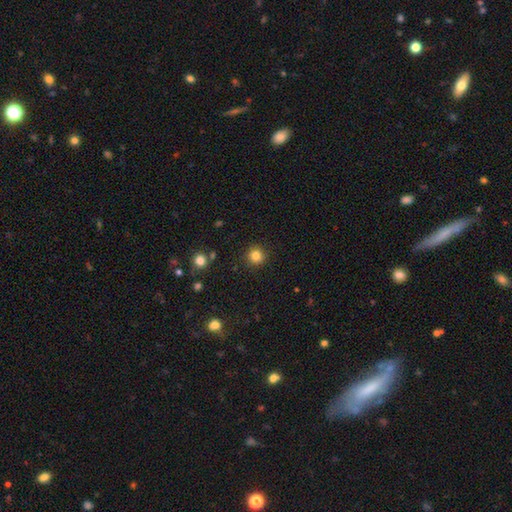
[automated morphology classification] A smooth galaxy with no disk features (83%) that is round (93%). Merging: none (90%).